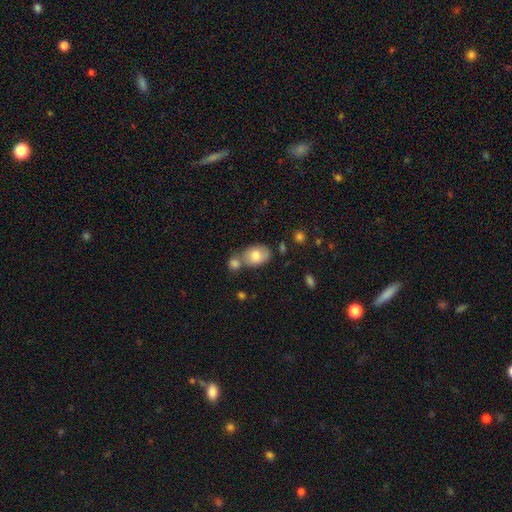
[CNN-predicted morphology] Overall: smooth (75%). How rounded: in between (79%). Merging: none (44%; merger 36%).